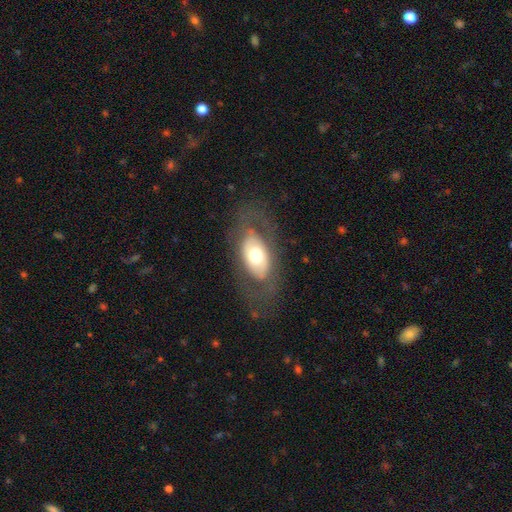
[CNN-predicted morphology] Smooth or featured? featured or disk (48%)
Merging? none (73%)